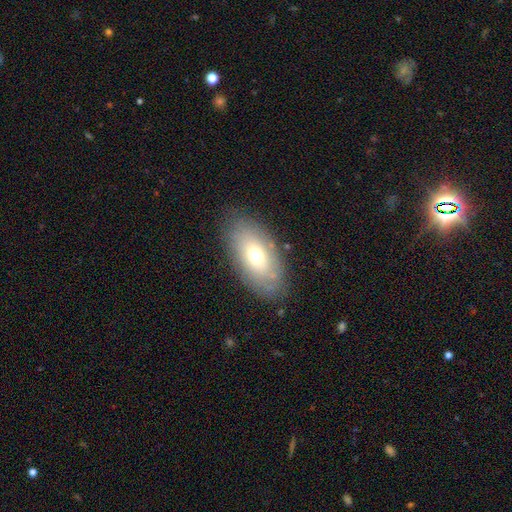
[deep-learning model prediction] Smooth or featured?
  - smooth: 64% *
  - featured or disk: 28%
  - star or artifact: 9%
How rounded?
  - in between: 92% *
  - round: 5%
  - cigar-shaped: 3%
Merging?
  - none: 81% *
  - minor disturbance: 13%
  - major disturbance: 4%
  - merger: 1%